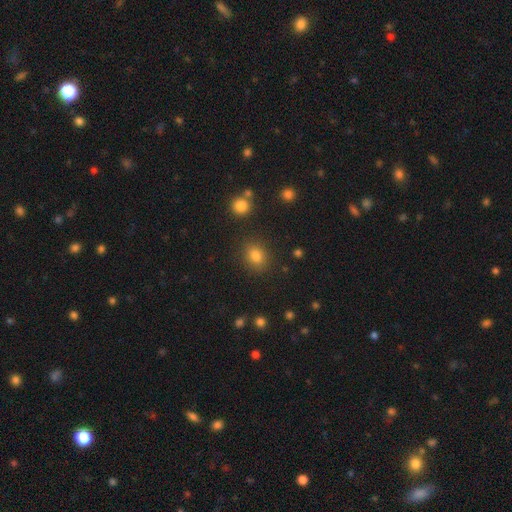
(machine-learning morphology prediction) Smooth or featured?
  - smooth: 81% *
  - star or artifact: 13%
  - featured or disk: 6%
How rounded?
  - round: 55% *
  - in between: 44%
  - cigar-shaped: 1%
Merging?
  - none: 84% *
  - minor disturbance: 9%
  - major disturbance: 3%
  - merger: 3%